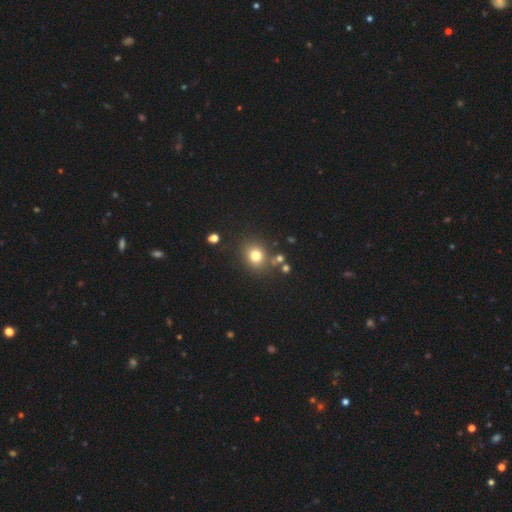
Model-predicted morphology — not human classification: Smooth or featured? Predicted: smooth (p=0.78). How rounded? Predicted: round (p=0.75). Merging? Predicted: none (p=0.79).